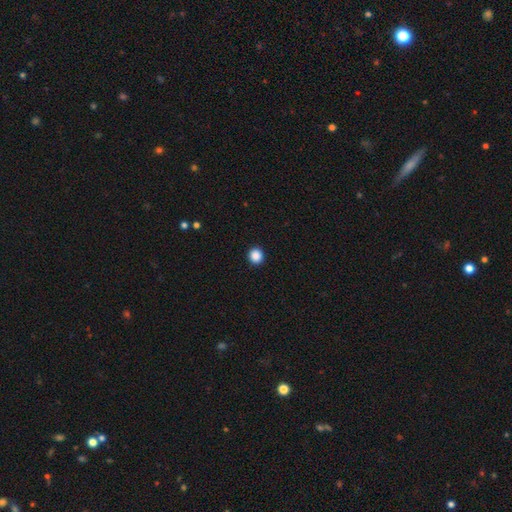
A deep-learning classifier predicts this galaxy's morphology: Smooth or featured?
  - smooth: 88% *
  - star or artifact: 10%
  - featured or disk: 2%
How rounded?
  - round: 90% *
  - in between: 9%
  - cigar-shaped: 1%
Merging?
  - none: 93% *
  - minor disturbance: 4%
  - major disturbance: 1%
  - merger: 1%